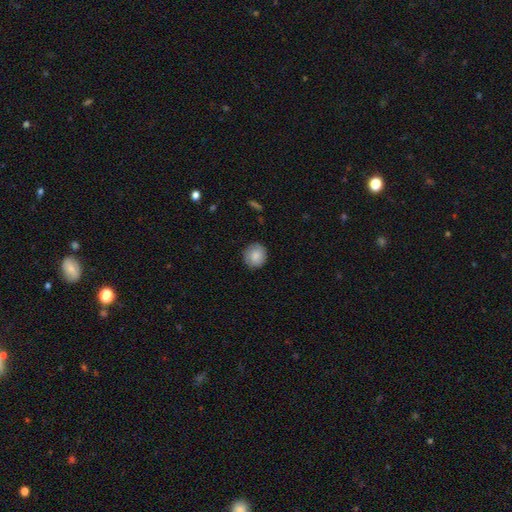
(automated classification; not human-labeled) Smooth or featured? smooth (84%)
How rounded? round (87%)
Merging? none (86%)